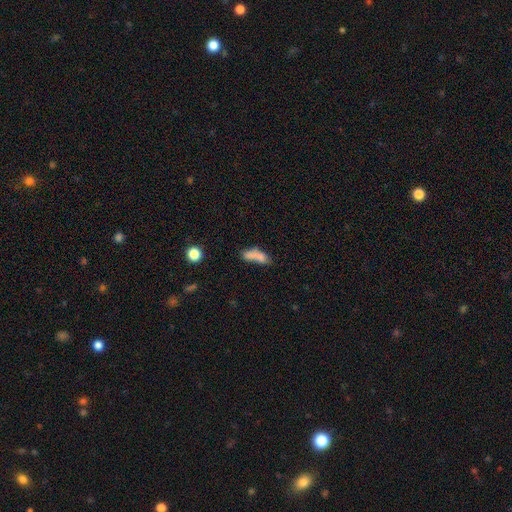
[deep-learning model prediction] Smooth or featured? smooth (73%)
How rounded? in between (61%)
Merging? none (35%)